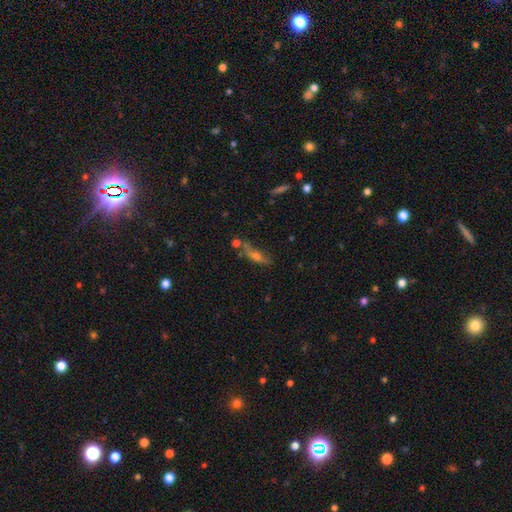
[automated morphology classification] featured or disk 44%, smooth 40%, star or artifact 16%. Down the decision tree: merging — none (51%).